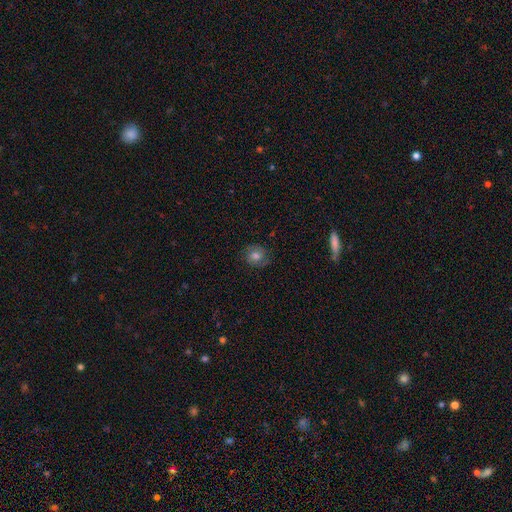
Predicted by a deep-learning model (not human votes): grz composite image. It shows a smooth galaxy with no disk features (52%) that is round (78%). Merging: none (78%).